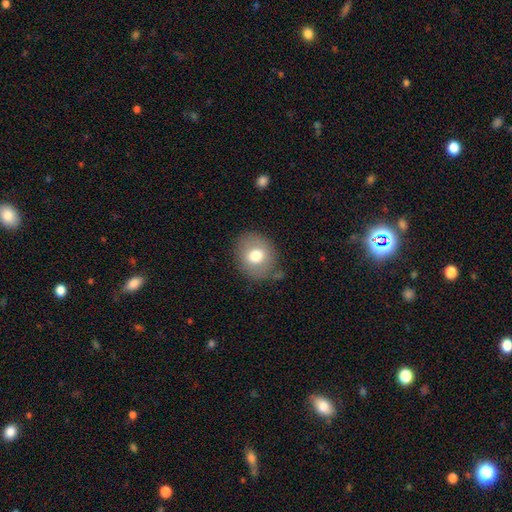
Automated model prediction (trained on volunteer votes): A smooth galaxy with no disk features (73%) that is round (69%).

Vote fractions:
- Smooth or featured? smooth: 73% / featured or disk: 18% / star or artifact: 9%
- How rounded? round: 69% / in between: 30% / cigar-shaped: 1%
- Merging? none: 76% / minor disturbance: 16% / major disturbance: 5% / merger: 3%